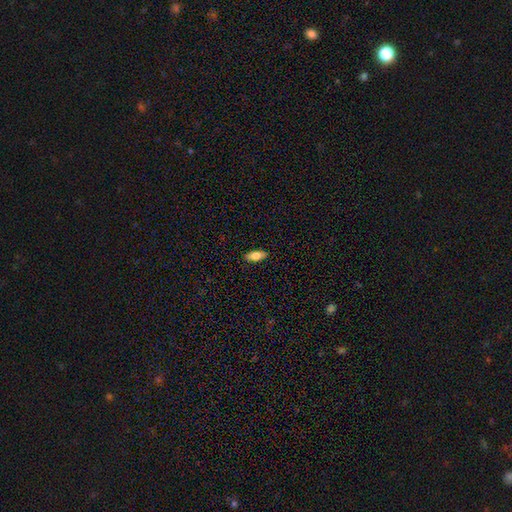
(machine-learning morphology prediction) smooth-or-featured: smooth: 72% | featured or disk: 21% | star or artifact: 7%
  how-rounded: in between: 78% | cigar-shaped: 20% | round: 3%
  merging: none: 90% | minor disturbance: 8% | major disturbance: 2% | merger: 1%